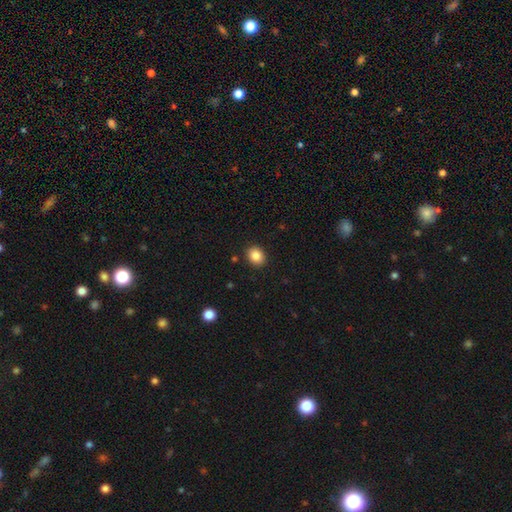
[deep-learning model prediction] Morphology: type=smooth (86%); roundness=round (60%); merging=none (90%).